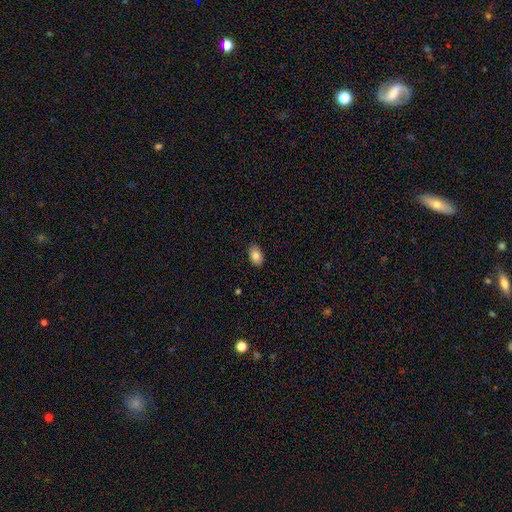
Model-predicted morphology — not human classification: Smooth or featured: smooth — 85% (star or artifact — 8%)
How rounded: in between — 90% (round — 9%)
Merging: none — 88% (minor disturbance — 9%)